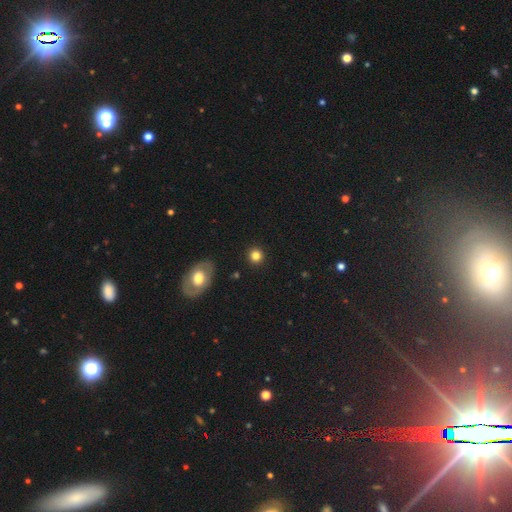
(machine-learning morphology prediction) smooth_or_featured: smooth (p=0.82) [alt: star or artifact p=0.11]
how_rounded: round (p=0.92) [alt: in between p=0.07]
merging: none (p=0.91) [alt: minor disturbance p=0.05]